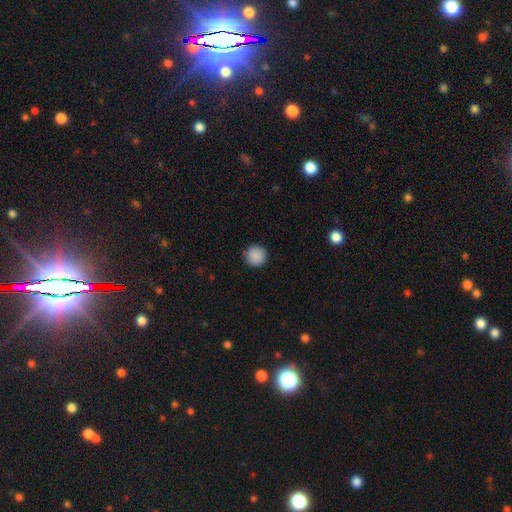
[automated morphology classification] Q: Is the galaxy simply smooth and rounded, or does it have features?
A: smooth — 89%.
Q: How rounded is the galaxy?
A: round — 95%.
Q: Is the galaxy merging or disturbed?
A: none — 91%.